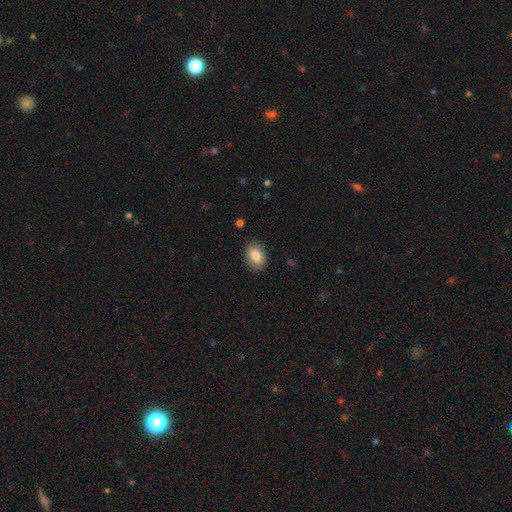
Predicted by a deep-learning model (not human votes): Morphology: type=smooth (84%); roundness=in between (82%); merging=none (87%).